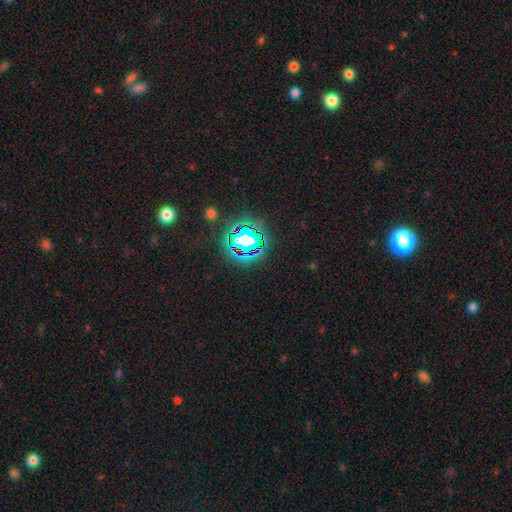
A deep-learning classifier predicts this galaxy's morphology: smooth_or_featured: star or artifact (p=0.81) [alt: smooth p=0.12]